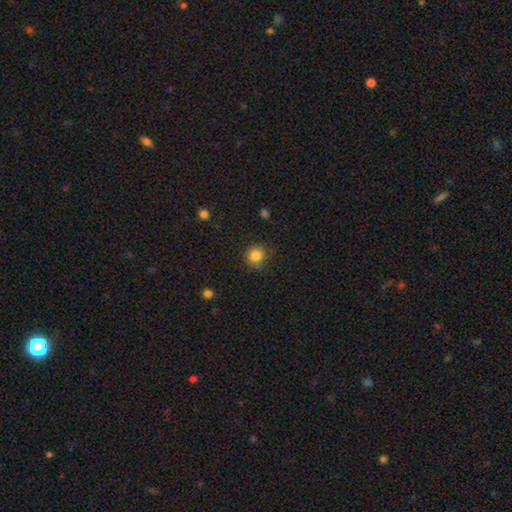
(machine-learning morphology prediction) Overall: smooth (84%). How rounded: round (92%). Merging: none (81%).